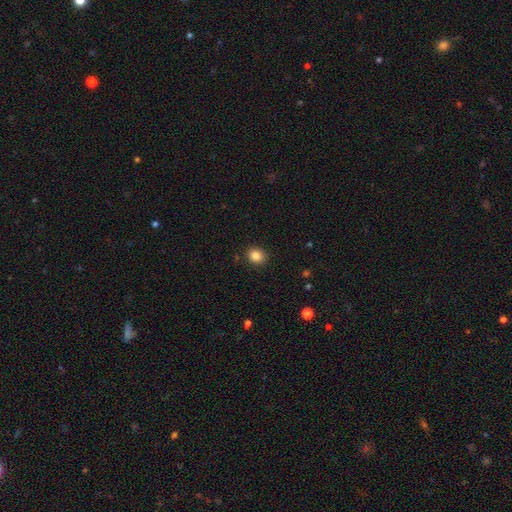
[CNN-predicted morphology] Smooth or featured? Predicted: smooth (p=0.86). How rounded? Predicted: round (p=0.63). Merging? Predicted: none (p=0.89).